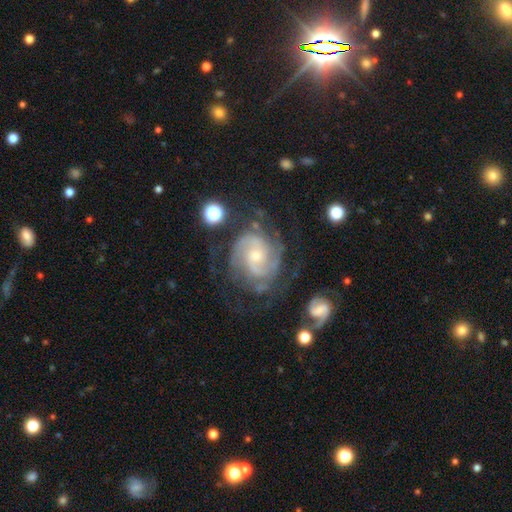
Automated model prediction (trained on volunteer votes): smooth-or-featured: featured or disk: 87% | smooth: 7% | star or artifact: 6%
  disk-edge-on: no: 98% | yes: 2%
    bar: no: 60% | weak: 32% | strong: 8%
    has-spiral-arms: yes: 97% | no: 3%
      spiral-winding: tight: 50% | medium: 41% | loose: 10%
      spiral-arm-count: 2: 53% | can't tell: 17% | 3: 17% | 4: 6% | 1: 4% | more than 4: 4%
    bulge-size: small: 60% | moderate: 36% | large: 2% | none: 2% | dominant: 1%
  merging: none: 63% | minor disturbance: 20% | major disturbance: 12% | merger: 5%